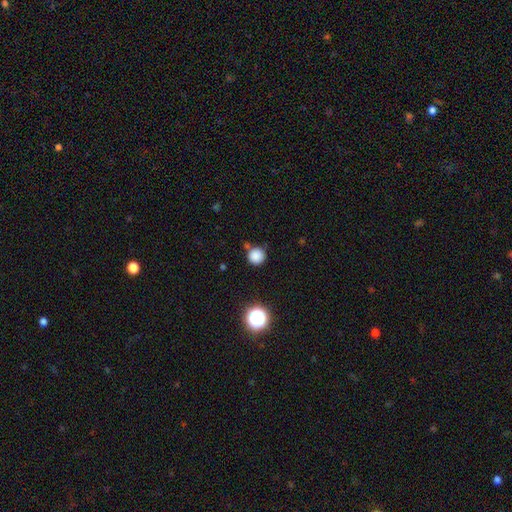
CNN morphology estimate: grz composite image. It shows a smooth galaxy with no disk features (84%) that is round (95%). Merging: none (79%).